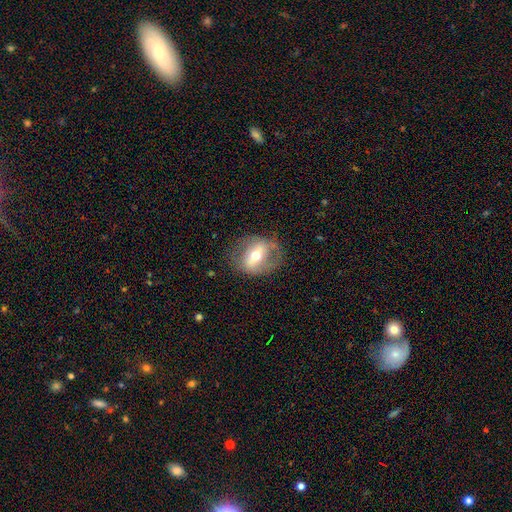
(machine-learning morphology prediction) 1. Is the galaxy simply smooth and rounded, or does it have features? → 58% featured or disk, 34% smooth, 8% star or artifact.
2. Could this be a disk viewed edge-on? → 89% no, 11% yes.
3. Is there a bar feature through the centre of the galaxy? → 48% strong, 30% weak, 22% no.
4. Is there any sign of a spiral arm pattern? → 62% no, 38% yes.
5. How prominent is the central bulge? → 68% moderate, 21% small, 9% large, 1% dominant, 1% none.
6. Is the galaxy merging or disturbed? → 70% none, 18% minor disturbance, 11% major disturbance, 1% merger.